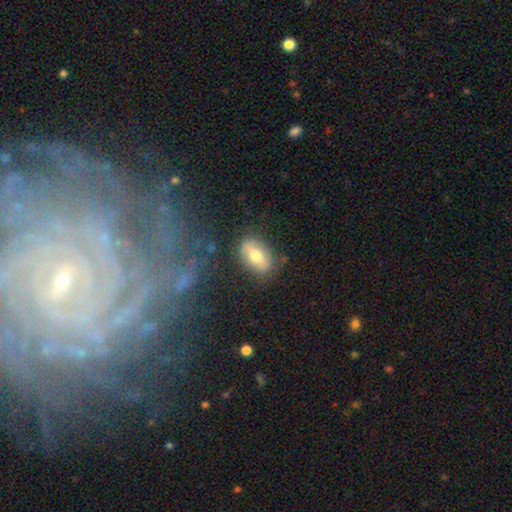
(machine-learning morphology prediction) This appears to be a smooth galaxy with no disk features (59%) that is in between round and cigar-shaped (84%). Merging: none (80%).